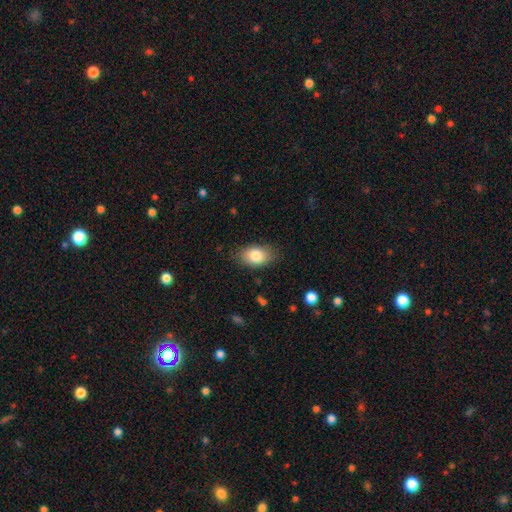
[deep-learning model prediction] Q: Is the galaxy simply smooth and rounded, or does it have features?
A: smooth — 83%.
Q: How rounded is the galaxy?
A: in between — 87%.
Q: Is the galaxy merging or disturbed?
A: none — 80%.